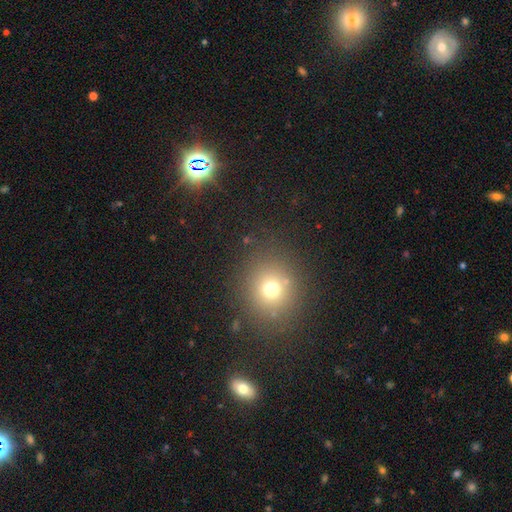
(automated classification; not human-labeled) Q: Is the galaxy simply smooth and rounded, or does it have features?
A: smooth — 59%.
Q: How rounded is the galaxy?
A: round — 81%.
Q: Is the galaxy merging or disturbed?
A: none — 89%.